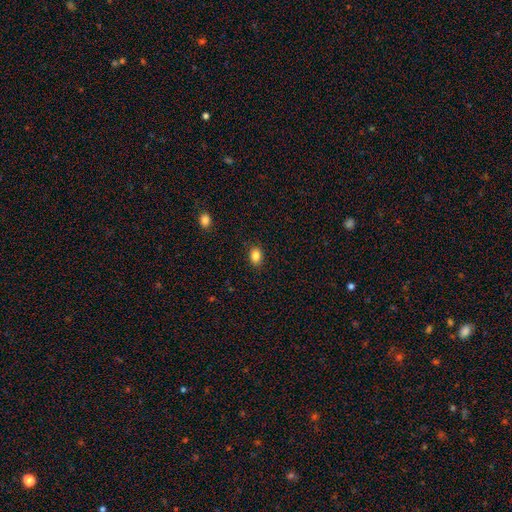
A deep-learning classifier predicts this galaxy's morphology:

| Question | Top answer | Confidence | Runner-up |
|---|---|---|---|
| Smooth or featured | smooth | 85% | star or artifact (10%) |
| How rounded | in between | 72% | round (27%) |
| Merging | none | 88% | minor disturbance (9%) |